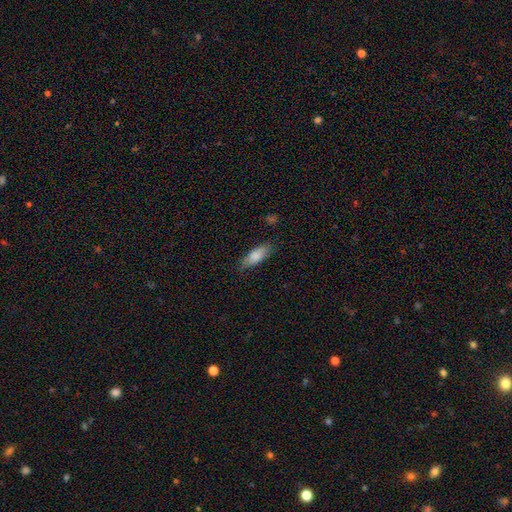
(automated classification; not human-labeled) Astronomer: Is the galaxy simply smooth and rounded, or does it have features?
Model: smooth — 83%.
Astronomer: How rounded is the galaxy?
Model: in between — 68%.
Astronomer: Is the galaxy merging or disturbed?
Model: none — 79%.